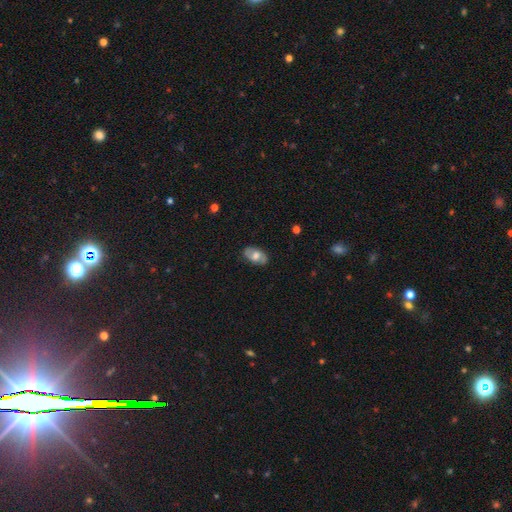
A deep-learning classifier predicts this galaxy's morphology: smooth 54%, featured or disk 39%, star or artifact 7%. Down the decision tree: how rounded — in between (91%); merging — none (82%).